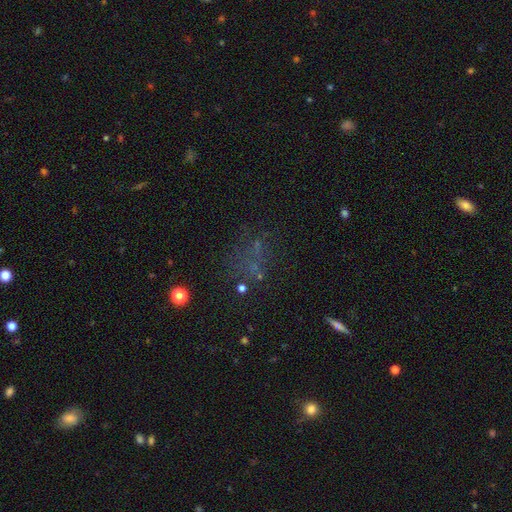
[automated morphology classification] smooth-or-featured: star or artifact: 49% | smooth: 33% | featured or disk: 18%